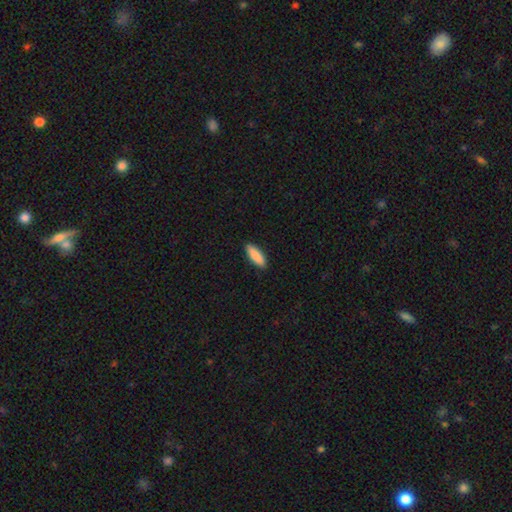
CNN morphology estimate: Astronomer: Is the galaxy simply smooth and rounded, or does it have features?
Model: smooth — 89%.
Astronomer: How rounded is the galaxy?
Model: in between — 53% (runner-up: cigar-shaped, 46%).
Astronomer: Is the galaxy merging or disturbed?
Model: none — 90%.